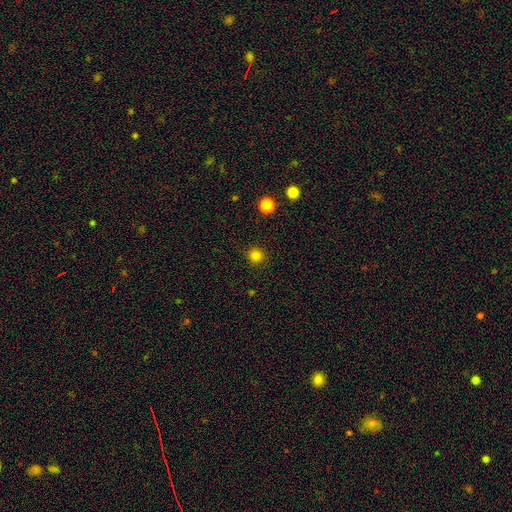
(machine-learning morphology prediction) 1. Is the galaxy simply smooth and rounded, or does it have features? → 82% smooth, 15% star or artifact, 4% featured or disk.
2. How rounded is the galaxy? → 95% round, 4% in between, 1% cigar-shaped.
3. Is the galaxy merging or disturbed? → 91% none, 5% minor disturbance, 2% major disturbance, 1% merger.